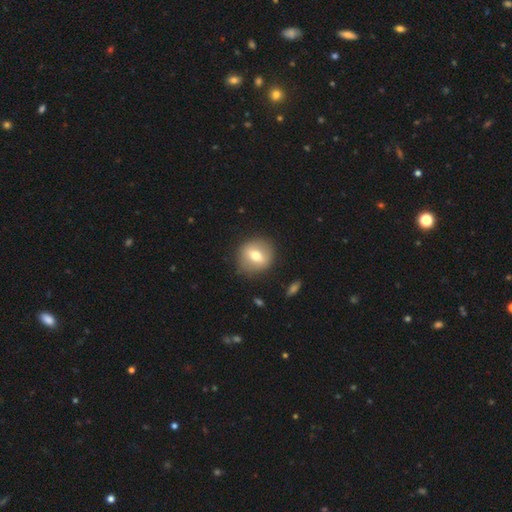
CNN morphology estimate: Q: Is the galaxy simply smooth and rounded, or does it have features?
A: smooth — 59%.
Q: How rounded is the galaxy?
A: round — 81%.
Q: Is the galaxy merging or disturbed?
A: none — 86%.